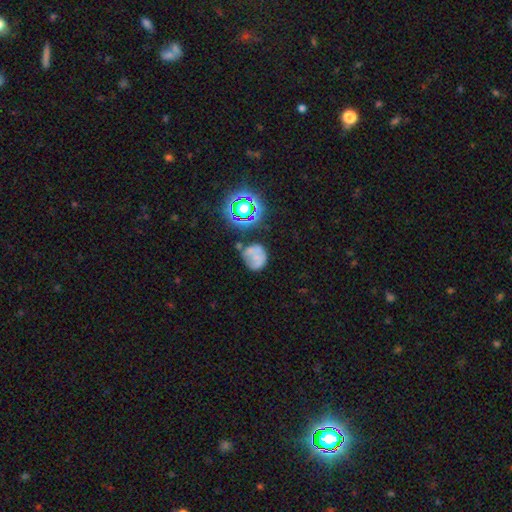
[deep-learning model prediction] Morphology: type=smooth (51%); roundness=round (70%); merging=none (44%).